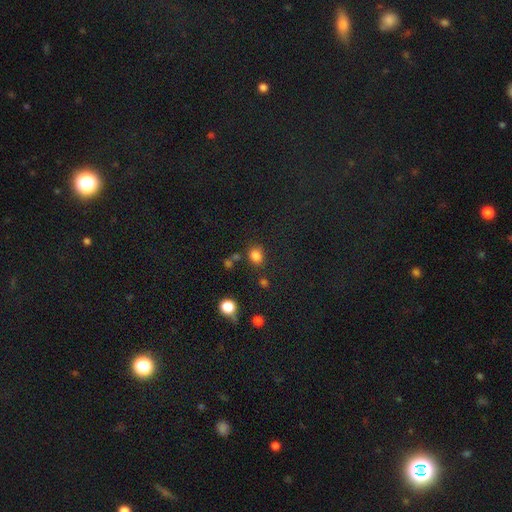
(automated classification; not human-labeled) Smooth or featured? Predicted: smooth (p=0.81). How rounded? Predicted: round (p=0.57). Merging? Predicted: none (p=0.74).